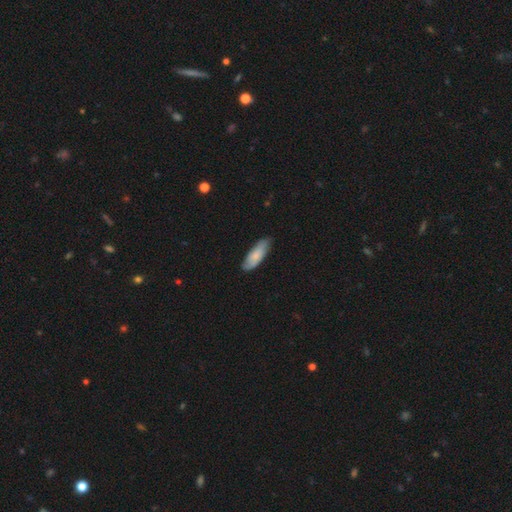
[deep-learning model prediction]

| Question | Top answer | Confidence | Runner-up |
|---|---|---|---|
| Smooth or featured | smooth | 70% | featured or disk (24%) |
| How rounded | in between | 61% | cigar-shaped (37%) |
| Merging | none | 76% | minor disturbance (20%) |